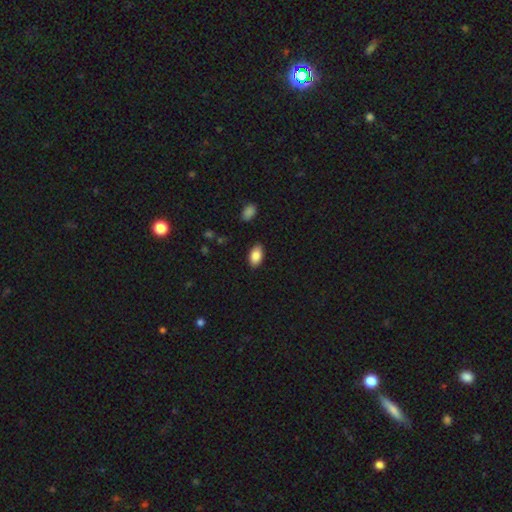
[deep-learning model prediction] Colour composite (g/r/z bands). It shows a smooth galaxy with no disk features (87%) that is in between round and cigar-shaped (93%). Merging: none (87%).